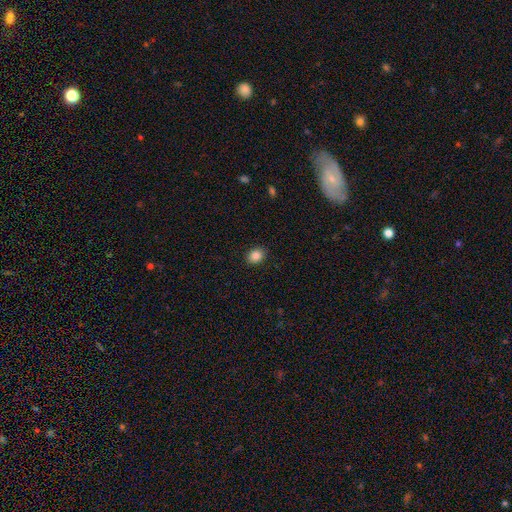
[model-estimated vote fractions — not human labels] Smooth or featured? Predicted: smooth (p=0.87). How rounded? Predicted: in between (p=0.56). Merging? Predicted: none (p=0.90).